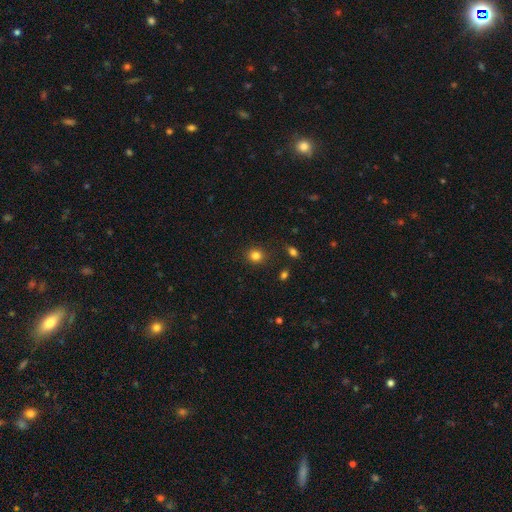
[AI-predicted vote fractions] The model was most divided on "how rounded": round: 84%, in between: 15%, cigar-shaped: 1%. More confident: merging — none (88%); smooth or featured — smooth (82%).